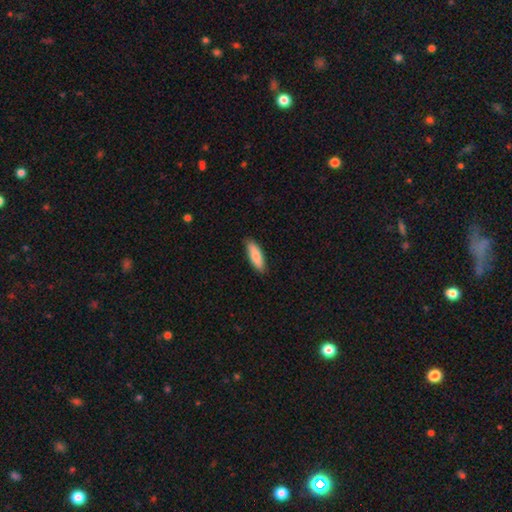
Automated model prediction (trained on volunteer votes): Overall: smooth (83%). How rounded: in between (56%; cigar-shaped 43%). Merging: none (87%).